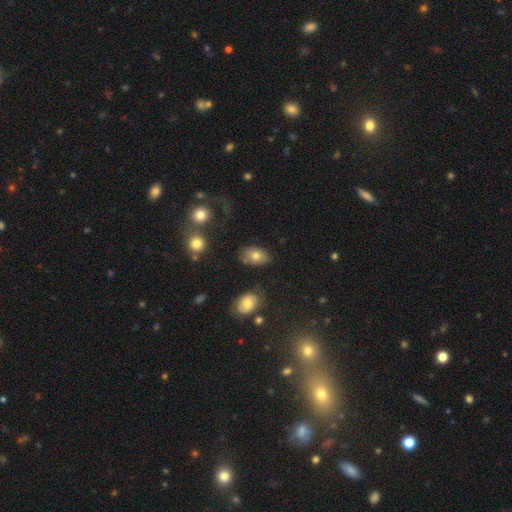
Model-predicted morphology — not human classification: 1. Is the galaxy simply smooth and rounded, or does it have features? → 74% smooth, 17% featured or disk, 10% star or artifact.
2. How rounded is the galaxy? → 88% in between, 10% round, 1% cigar-shaped.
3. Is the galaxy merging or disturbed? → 74% none, 16% minor disturbance, 5% major disturbance, 4% merger.